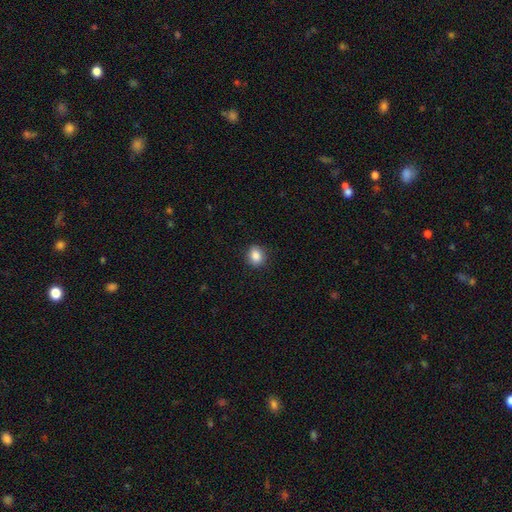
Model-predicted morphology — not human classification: smooth_or_featured: smooth (p=0.86) [alt: star or artifact p=0.09]
how_rounded: round (p=0.66) [alt: in between p=0.33]
merging: none (p=0.88) [alt: minor disturbance p=0.09]